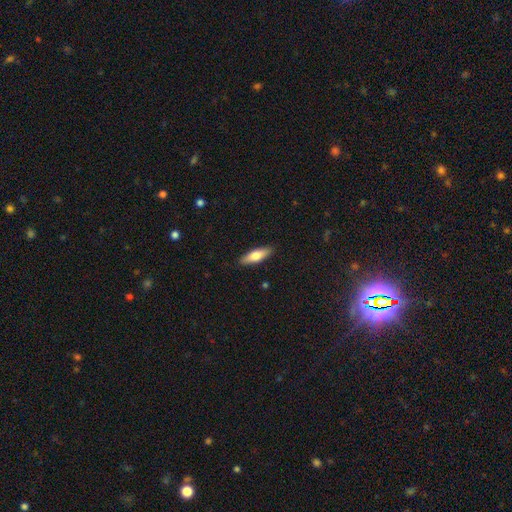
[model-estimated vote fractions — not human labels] Smooth or featured?
  - smooth: 68% *
  - featured or disk: 26%
  - star or artifact: 6%
How rounded?
  - cigar-shaped: 51% *
  - in between: 47%
  - round: 2%
Merging?
  - none: 89% *
  - minor disturbance: 8%
  - major disturbance: 2%
  - merger: 1%